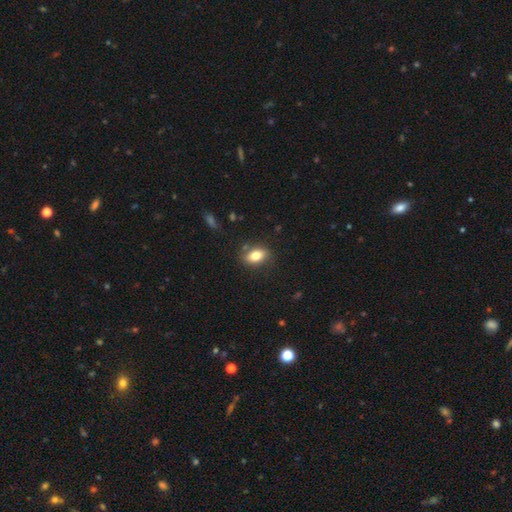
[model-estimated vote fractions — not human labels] Smooth or featured: smooth — 81% (featured or disk — 11%)
How rounded: in between — 84% (round — 12%)
Merging: none — 82% (minor disturbance — 12%)